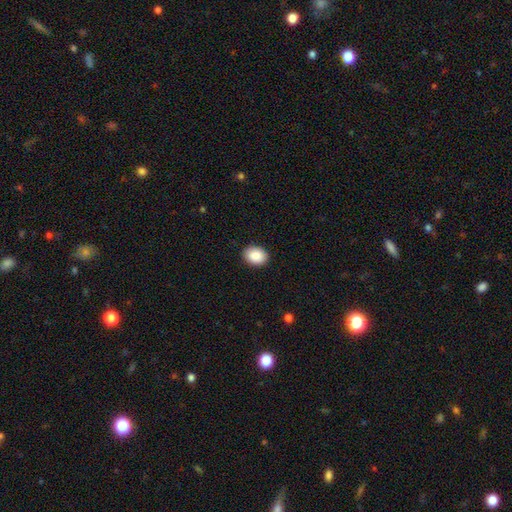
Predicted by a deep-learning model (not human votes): smooth-or-featured: smooth: 90% | star or artifact: 7% | featured or disk: 3%
  how-rounded: in between: 70% | round: 29% | cigar-shaped: 1%
  merging: none: 90% | minor disturbance: 7% | major disturbance: 2% | merger: 1%